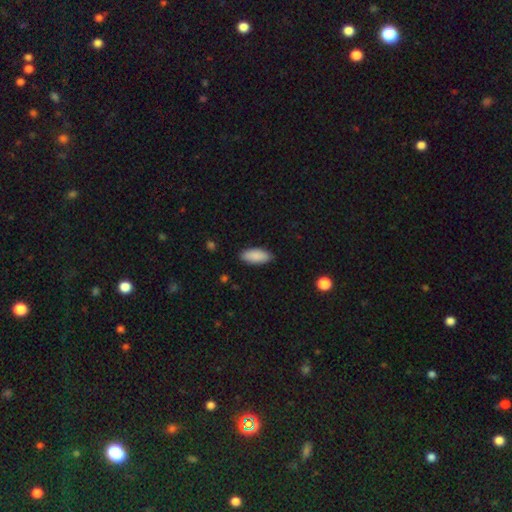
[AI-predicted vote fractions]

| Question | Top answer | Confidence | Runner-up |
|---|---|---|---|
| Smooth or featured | smooth | 89% | star or artifact (6%) |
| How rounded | in between | 86% | cigar-shaped (12%) |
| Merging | none | 85% | minor disturbance (12%) |